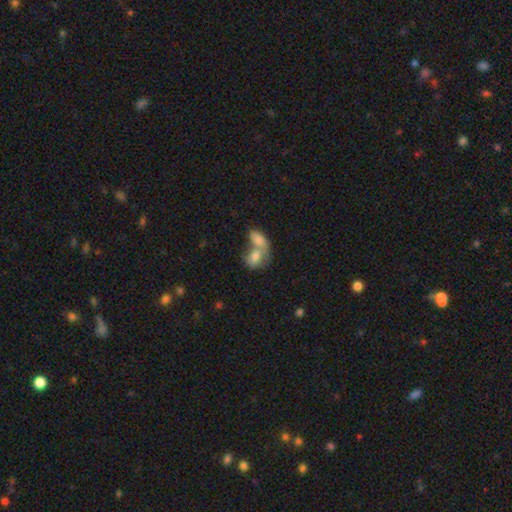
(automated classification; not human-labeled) smooth-or-featured: smooth: 72% | featured or disk: 19% | star or artifact: 9%
  how-rounded: in between: 75% | round: 23% | cigar-shaped: 3%
  merging: merger: 75% | none: 14% | minor disturbance: 6% | major disturbance: 4%